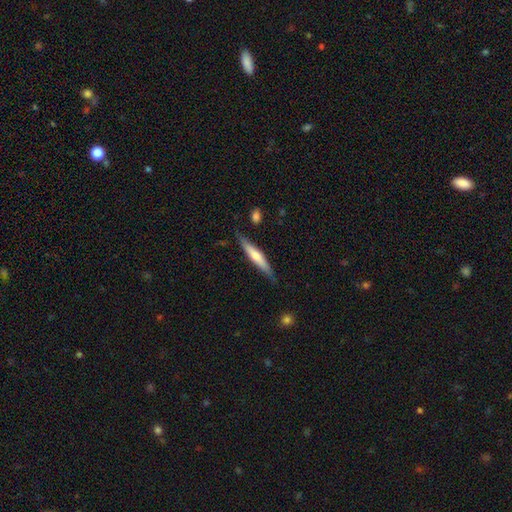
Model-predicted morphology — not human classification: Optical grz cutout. It shows a featured or disk galaxy (48%). Merging: none (82%).